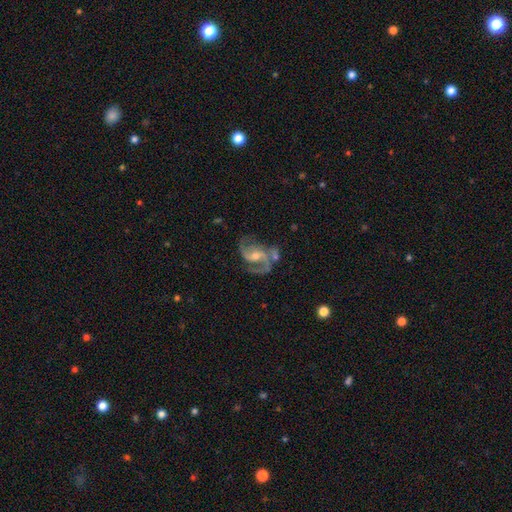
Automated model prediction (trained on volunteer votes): Smooth or featured?
  - featured or disk: 89% *
  - star or artifact: 6%
  - smooth: 5%
Edge-on disk?
  - no: 98% *
  - yes: 2%
Bar?
  - weak: 45% *
  - no: 40%
  - strong: 15%
Spiral arms?
  - yes: 97% *
  - no: 3%
Spiral winding?
  - medium: 55% *
  - loose: 31%
  - tight: 14%
Spiral arm count?
  - 2: 83% *
  - 3: 7%
  - can't tell: 4%
  - 1: 4%
  - 4: 2%
  - more than 4: 1%
Bulge size?
  - moderate: 50% *
  - small: 43%
  - none: 3%
  - large: 3%
  - dominant: 1%
Merging?
  - none: 57% *
  - minor disturbance: 19%
  - major disturbance: 15%
  - merger: 9%